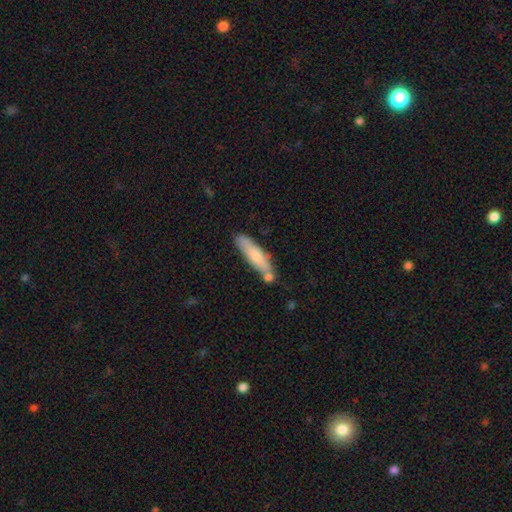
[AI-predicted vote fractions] Overall: smooth (71%). How rounded: cigar-shaped (75%). Merging: none (64%).